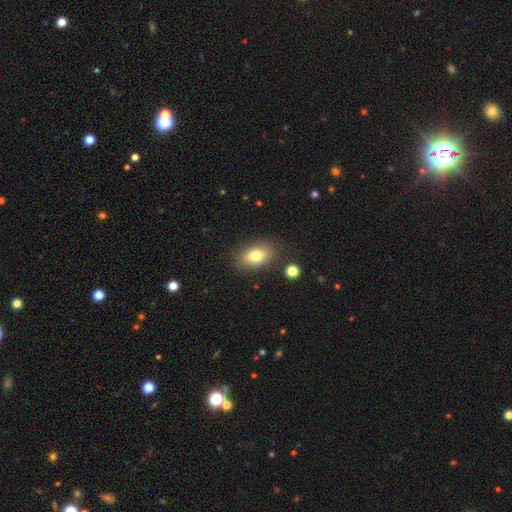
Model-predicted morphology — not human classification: type=smooth (79%); roundness=in between (87%); merging=none (83%).